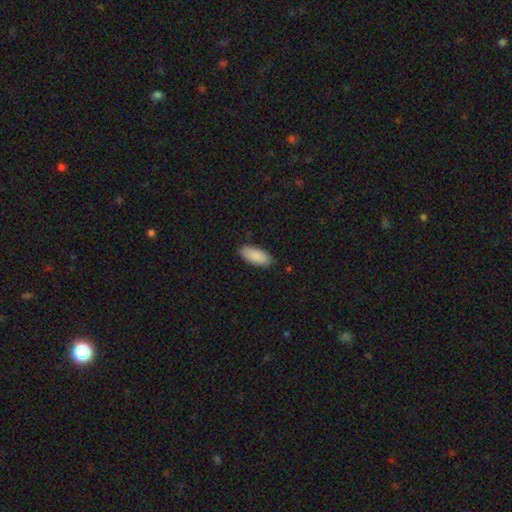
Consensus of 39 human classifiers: Smooth or featured? smooth (95%)
How rounded? in between (81%)
Merging? none (89%)